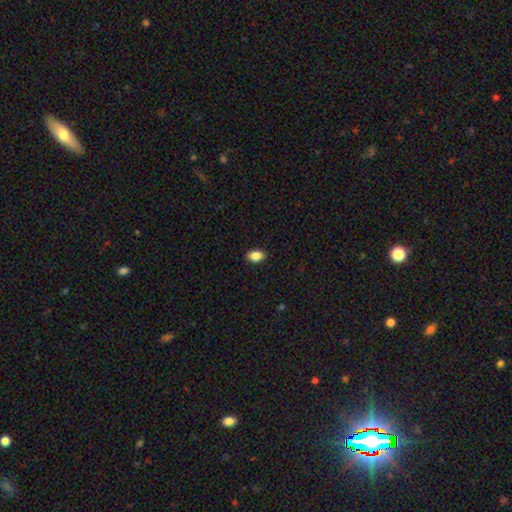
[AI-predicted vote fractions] The model was most divided on "how rounded": in between: 87%, round: 11%, cigar-shaped: 2%. More confident: merging — none (90%); smooth or featured — smooth (88%).